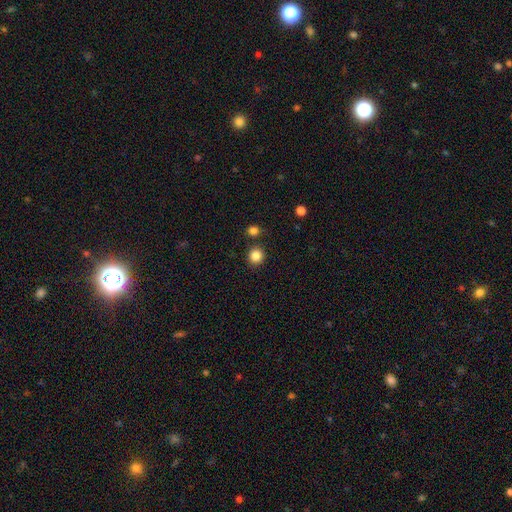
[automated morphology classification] smooth 85%, star or artifact 11%, featured or disk 4%. Down the decision tree: how rounded — round (91%); merging — none (84%).